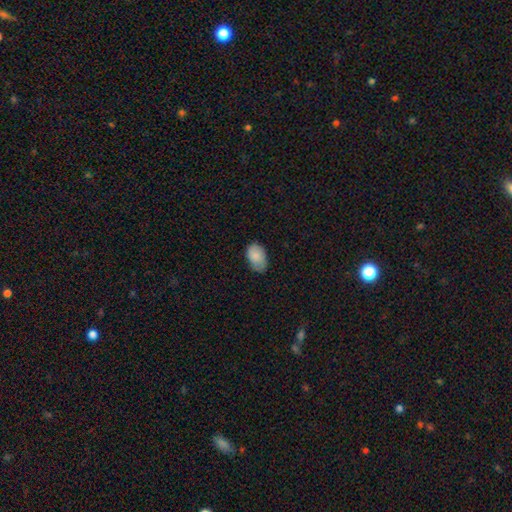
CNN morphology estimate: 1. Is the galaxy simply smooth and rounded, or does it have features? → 83% smooth, 10% featured or disk, 7% star or artifact.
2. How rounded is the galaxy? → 90% in between, 9% round, 1% cigar-shaped.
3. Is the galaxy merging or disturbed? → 74% none, 21% minor disturbance, 4% major disturbance, 1% merger.